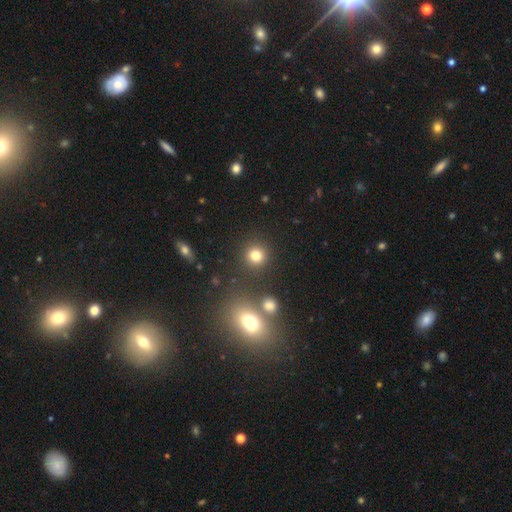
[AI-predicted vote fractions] smooth 79%, star or artifact 15%, featured or disk 6%. Down the decision tree: how rounded — round (90%); merging — none (85%).